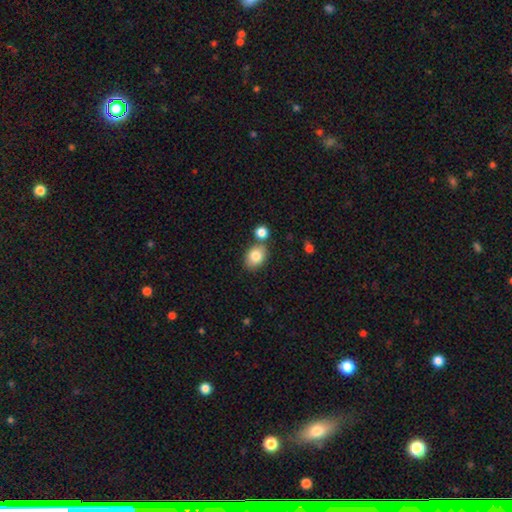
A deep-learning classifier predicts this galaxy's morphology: smooth-or-featured: smooth: 82% | featured or disk: 10% | star or artifact: 8%
  how-rounded: in between: 63% | round: 36% | cigar-shaped: 1%
  merging: none: 66% | merger: 18% | minor disturbance: 12% | major disturbance: 3%